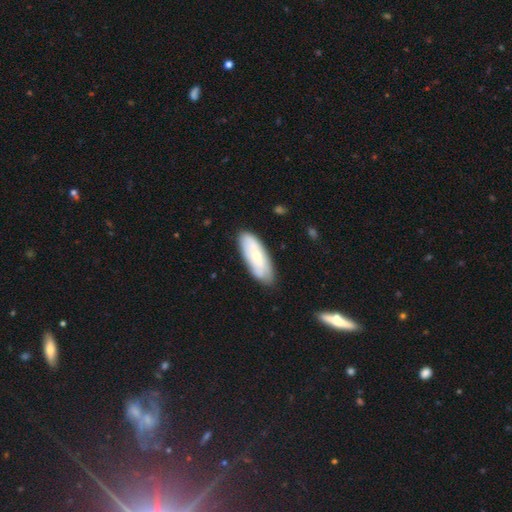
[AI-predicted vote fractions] smooth 50%, featured or disk 44%, star or artifact 6%. Down the decision tree: merging — none (79%).